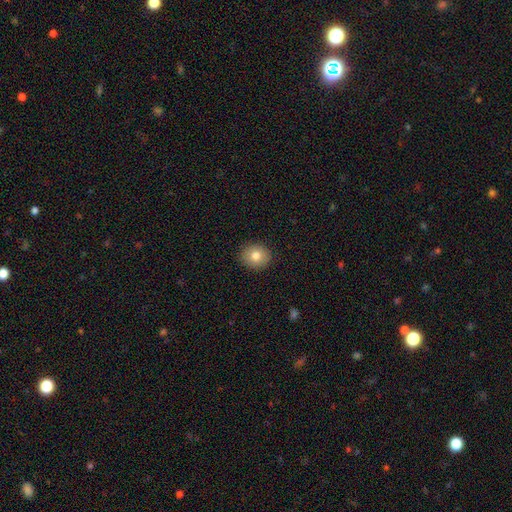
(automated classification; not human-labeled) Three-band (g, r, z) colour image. It shows a smooth galaxy with no disk features (80%) that is round (77%). Merging: none (91%).